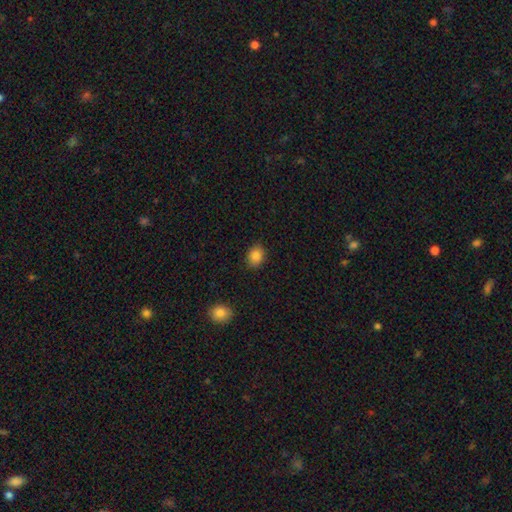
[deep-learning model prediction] Smooth or featured? Predicted: smooth (p=0.85). How rounded? Predicted: round (p=0.50). Merging? Predicted: none (p=0.88).